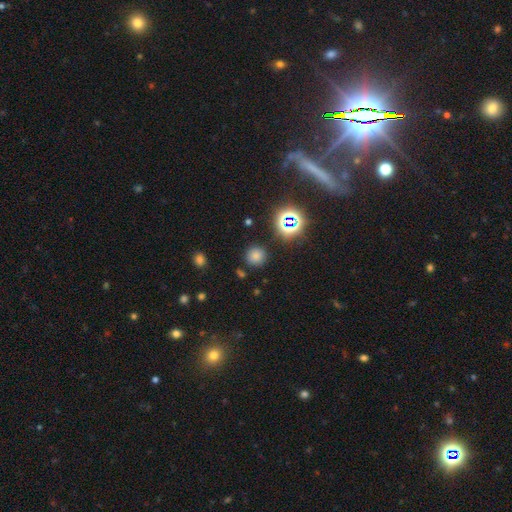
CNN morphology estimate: Smooth or featured: smooth — 72% (star or artifact — 22%)
How rounded: round — 93% (in between — 6%)
Merging: none — 86% (minor disturbance — 8%)